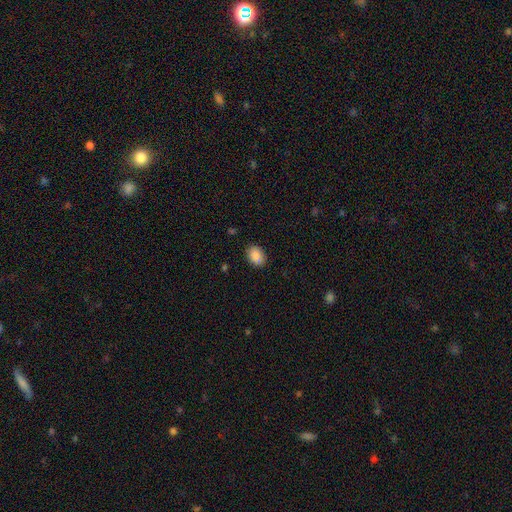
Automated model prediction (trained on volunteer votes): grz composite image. It shows a smooth galaxy with no disk features (88%) that is in between round and cigar-shaped (76%). Merging: none (86%).